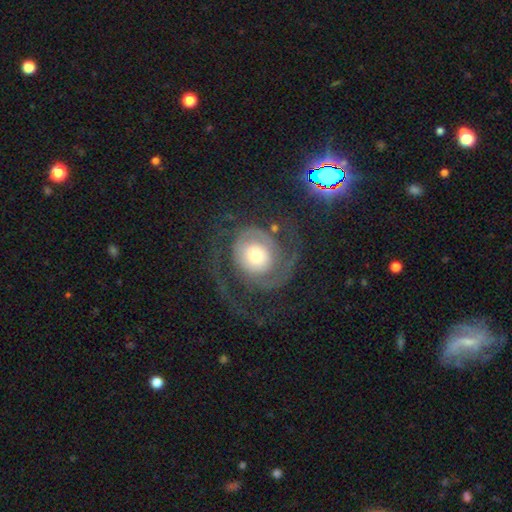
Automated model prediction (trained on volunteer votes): A featured or disk galaxy (78%) with no bar (78%), 2 (53%) tight (39%) spiral arms (90%) and a moderate central bulge (50%).

Vote fractions:
- Smooth or featured? featured or disk: 78% / smooth: 15% / star or artifact: 7%
- Edge-on disk? no: 97% / yes: 3%
- Bar? no: 78% / weak: 17% / strong: 5%
- Spiral arms? yes: 90% / no: 10%
- Spiral winding? tight: 39% / medium: 38% / loose: 23%
- Spiral arm count? 2: 53% / 1: 26% / can't tell: 11% / 3: 5% / 4: 3% / more than 4: 2%
- Bulge size? moderate: 50% / small: 28% / large: 17% / dominant: 4% / none: 2%
- Merging? none: 50% / major disturbance: 34% / minor disturbance: 13% / merger: 3%